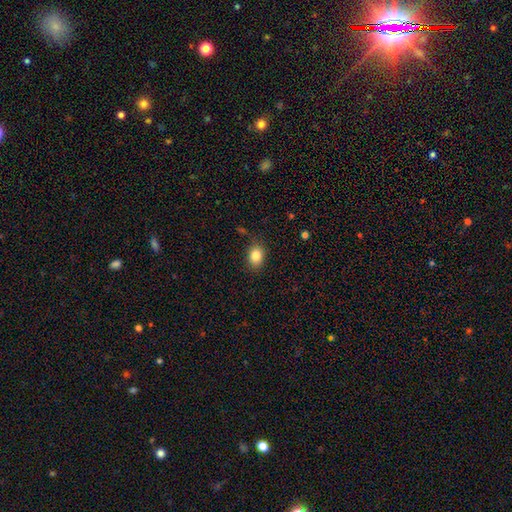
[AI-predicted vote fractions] smooth-or-featured: smooth: 84% | star or artifact: 9% | featured or disk: 7%
  how-rounded: in between: 66% | round: 33% | cigar-shaped: 1%
  merging: none: 82% | minor disturbance: 13% | major disturbance: 3% | merger: 2%